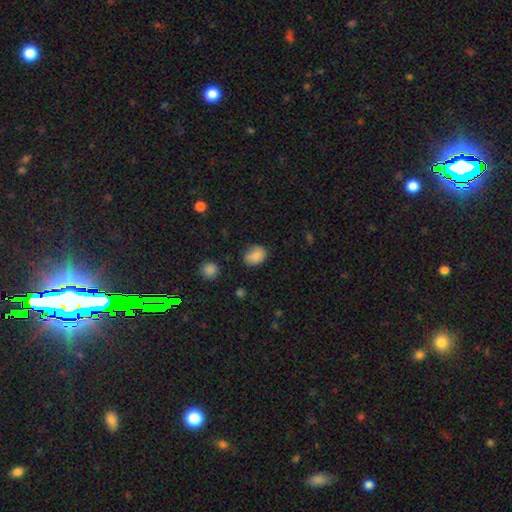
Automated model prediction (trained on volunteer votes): This appears to be a smooth galaxy with no disk features (86%) that is in between round and cigar-shaped (68%). Merging: none (71%).